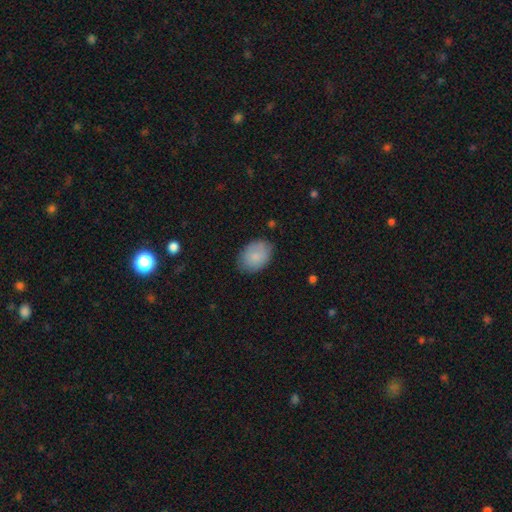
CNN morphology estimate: Smooth or featured? smooth (85%)
How rounded? in between (80%)
Merging? none (80%)